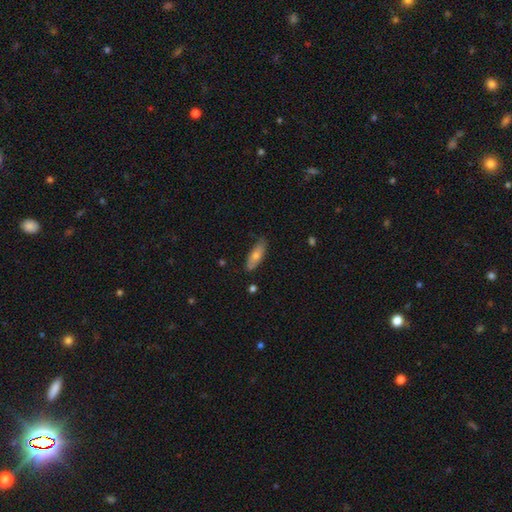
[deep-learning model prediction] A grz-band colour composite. It shows a smooth galaxy with no disk features (67%) that is in between round and cigar-shaped (60%). Merging: none (78%).